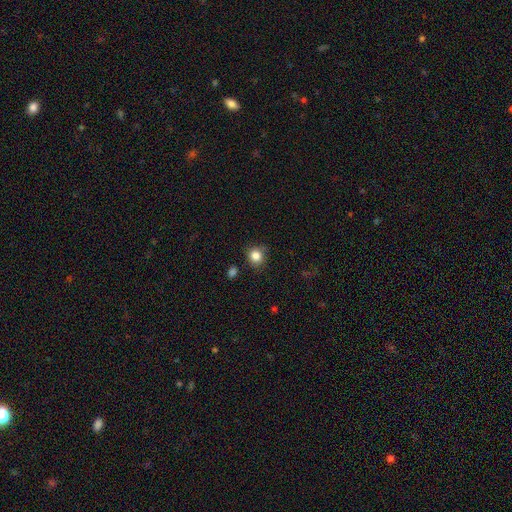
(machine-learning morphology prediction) smooth 83%, star or artifact 11%, featured or disk 6%. Down the decision tree: how rounded — round (83%); merging — none (80%).